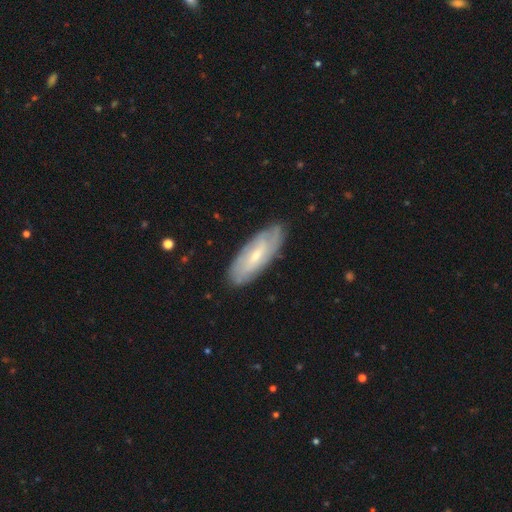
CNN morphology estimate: A featured or disk galaxy (61%).

Vote fractions:
- Smooth or featured? featured or disk: 61% / smooth: 33% / star or artifact: 6%
- Edge-on disk? no: 82% / yes: 18%
- Merging? none: 81% / minor disturbance: 14% / major disturbance: 3% / merger: 1%